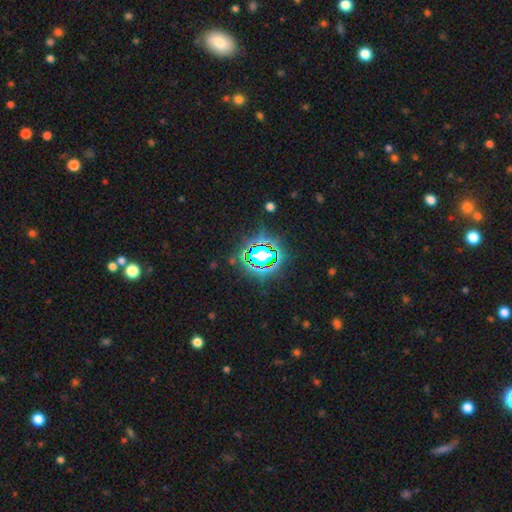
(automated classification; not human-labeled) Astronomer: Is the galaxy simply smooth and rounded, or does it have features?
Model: star or artifact — 68%.